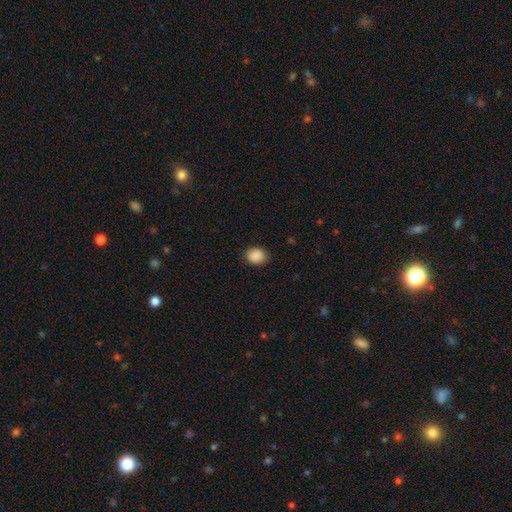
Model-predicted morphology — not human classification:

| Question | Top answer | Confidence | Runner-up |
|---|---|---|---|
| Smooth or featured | smooth | 89% | star or artifact (8%) |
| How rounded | round | 54% | in between (45%) |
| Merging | none | 88% | minor disturbance (9%) |